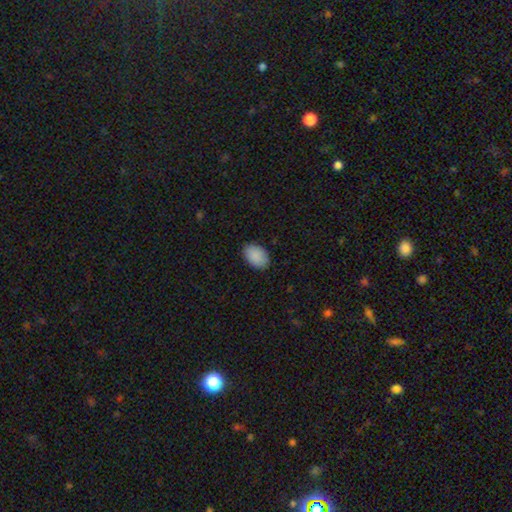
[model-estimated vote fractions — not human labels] smooth_or_featured: smooth (p=0.90) [alt: star or artifact p=0.07]
how_rounded: in between (p=0.89) [alt: round p=0.10]
merging: none (p=0.86) [alt: minor disturbance p=0.11]